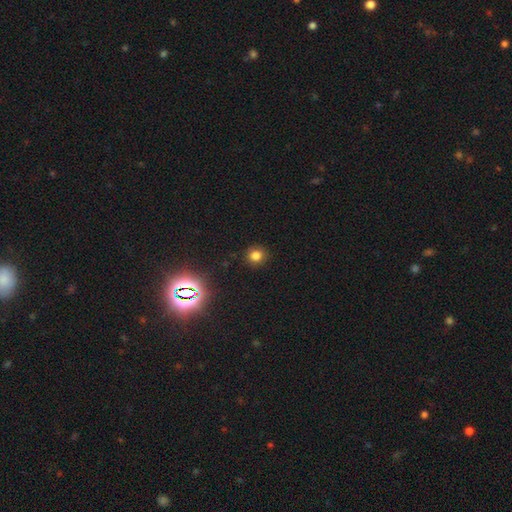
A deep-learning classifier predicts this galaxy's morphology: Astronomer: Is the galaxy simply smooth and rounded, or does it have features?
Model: smooth — 77%.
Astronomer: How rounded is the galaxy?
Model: round — 89%.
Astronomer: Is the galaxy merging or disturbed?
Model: none — 89%.